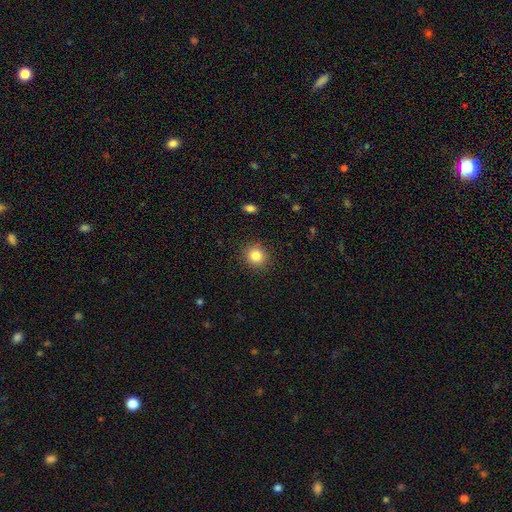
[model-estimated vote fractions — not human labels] Smooth or featured: smooth — 84% (star or artifact — 10%)
How rounded: round — 87% (in between — 12%)
Merging: none — 90% (minor disturbance — 6%)